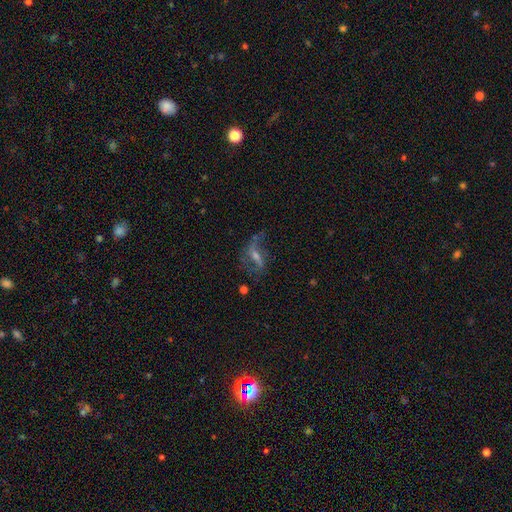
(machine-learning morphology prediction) Smooth or featured? featured or disk (68%)
Edge-on disk? no (90%)
Bar? weak (43%)
Spiral arms? yes (80%)
Bulge size? small (47%)
Merging? none (51%)